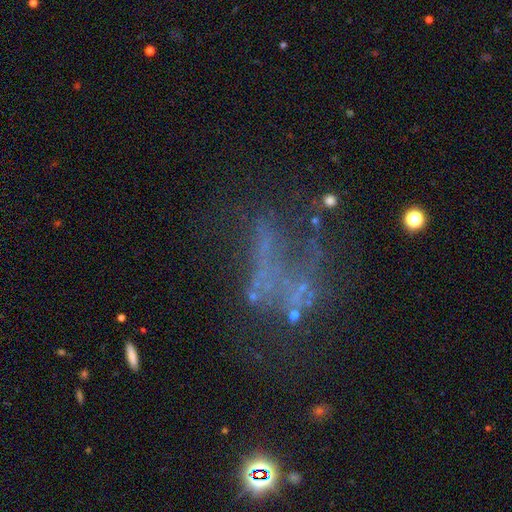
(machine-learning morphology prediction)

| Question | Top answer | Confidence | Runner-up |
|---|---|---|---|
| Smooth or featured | featured or disk | 49% | star or artifact (32%) |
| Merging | none | 40% | major disturbance (36%) |